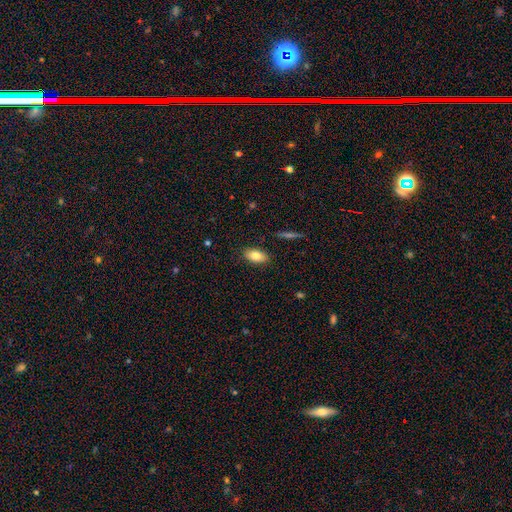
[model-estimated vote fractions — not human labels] Morphology: type=smooth (80%); roundness=in between (89%); merging=none (86%).